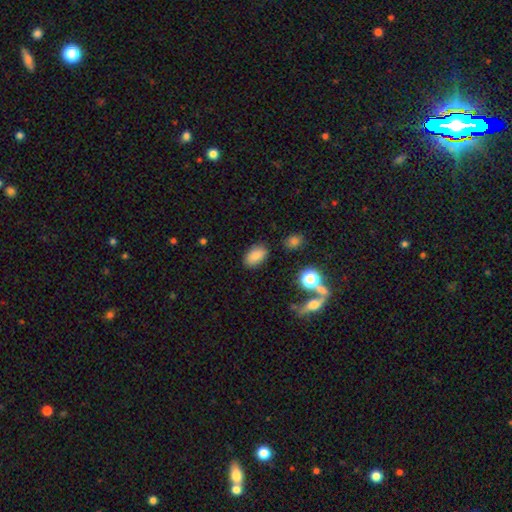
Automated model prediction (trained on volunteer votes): Smooth or featured? smooth (84%)
How rounded? in between (90%)
Merging? none (84%)